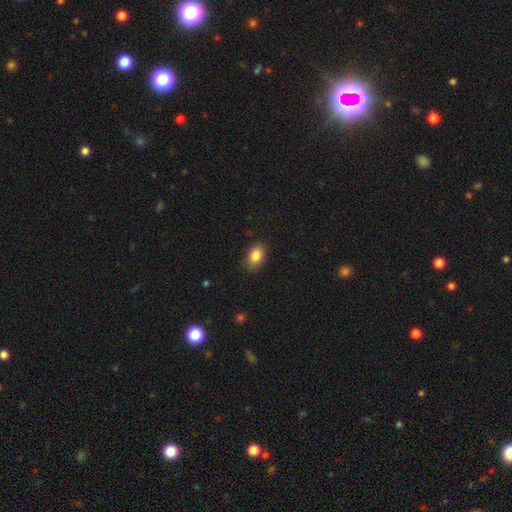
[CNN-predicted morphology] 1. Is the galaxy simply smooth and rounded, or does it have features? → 85% smooth, 8% star or artifact, 7% featured or disk.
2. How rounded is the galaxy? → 84% in between, 14% round, 1% cigar-shaped.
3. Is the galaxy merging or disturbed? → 86% none, 11% minor disturbance, 2% major disturbance, 1% merger.